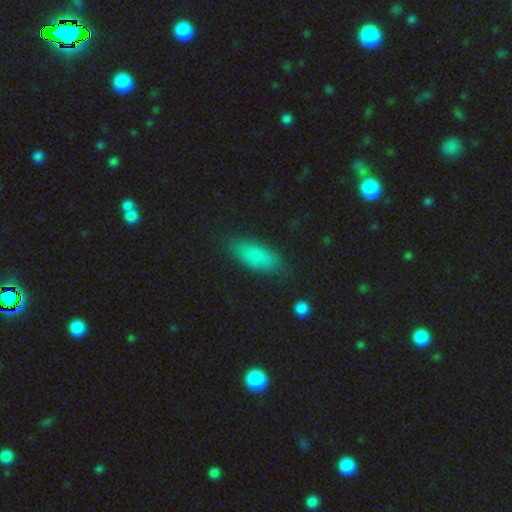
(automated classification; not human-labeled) Q: Smooth or featured?
A: smooth (86%); runner-up: star or artifact (8%)
Q: How rounded?
A: in between (79%); runner-up: cigar-shaped (19%)
Q: Merging?
A: none (83%); runner-up: minor disturbance (13%)